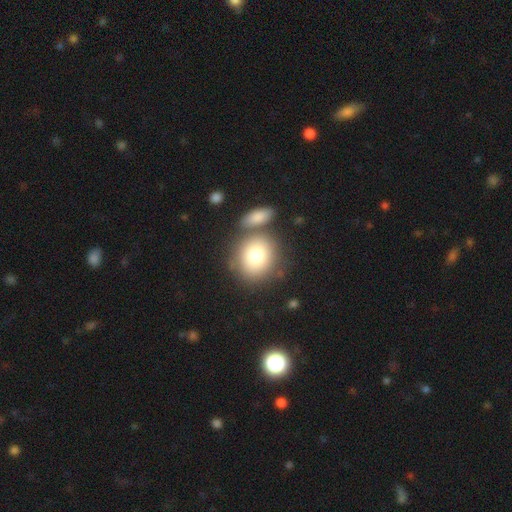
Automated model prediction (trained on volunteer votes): smooth-or-featured: smooth: 79% | featured or disk: 13% | star or artifact: 8%
  how-rounded: round: 77% | in between: 22% | cigar-shaped: 1%
  merging: none: 64% | merger: 22% | minor disturbance: 11% | major disturbance: 4%